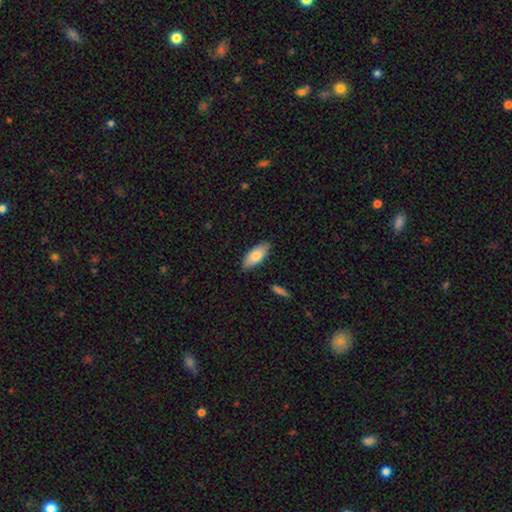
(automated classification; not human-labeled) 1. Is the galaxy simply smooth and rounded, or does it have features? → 79% smooth, 15% featured or disk, 6% star or artifact.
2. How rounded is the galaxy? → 83% in between, 15% cigar-shaped, 2% round.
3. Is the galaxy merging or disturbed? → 85% none, 11% minor disturbance, 2% major disturbance, 2% merger.